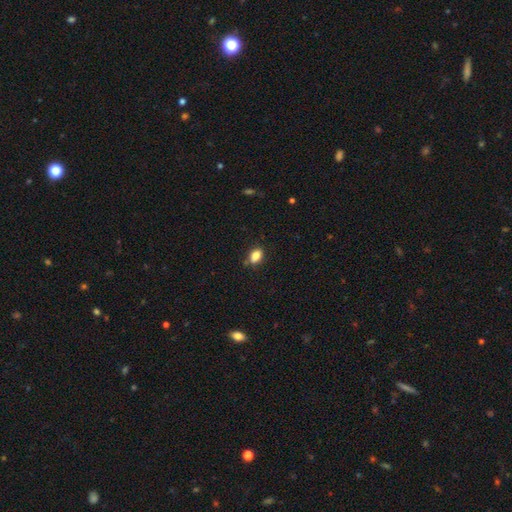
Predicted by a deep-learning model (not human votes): A smooth galaxy with no disk features (82%) that is in between round and cigar-shaped (83%).

Vote fractions:
- Smooth or featured? smooth: 82% / star or artifact: 10% / featured or disk: 8%
- How rounded? in between: 83% / round: 14% / cigar-shaped: 3%
- Merging? none: 78% / minor disturbance: 15% / merger: 4% / major disturbance: 3%